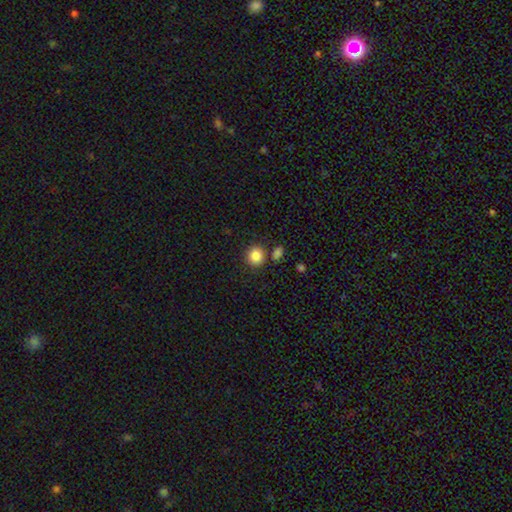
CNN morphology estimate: smooth_or_featured: smooth (p=0.86) [alt: star or artifact p=0.09]
how_rounded: round (p=0.87) [alt: in between p=0.12]
merging: none (p=0.80) [alt: minor disturbance p=0.09]